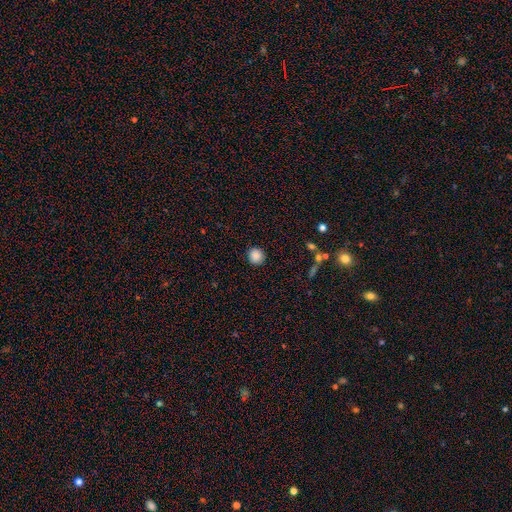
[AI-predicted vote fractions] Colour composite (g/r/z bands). It shows a smooth galaxy with no disk features (87%) that is round (92%). Merging: none (91%).